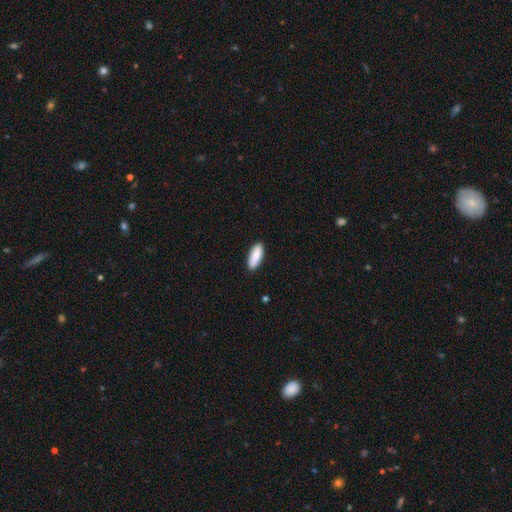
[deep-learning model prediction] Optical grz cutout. It shows a smooth galaxy with no disk features (84%) that is in between round and cigar-shaped (73%). Merging: none (89%).